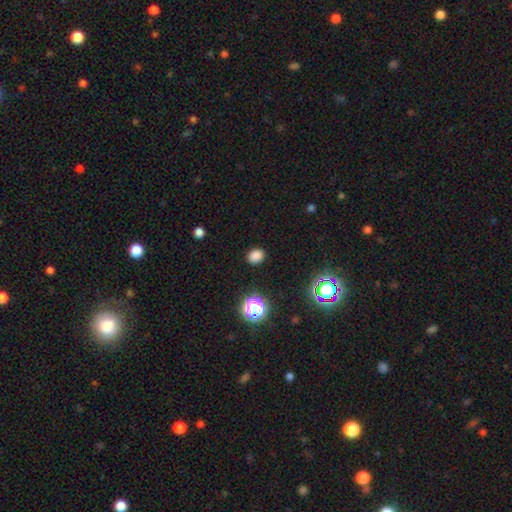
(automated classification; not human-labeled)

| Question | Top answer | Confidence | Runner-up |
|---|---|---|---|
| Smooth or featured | smooth | 81% | star or artifact (15%) |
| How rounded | in between | 51% | round (48%) |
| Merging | none | 89% | minor disturbance (8%) |